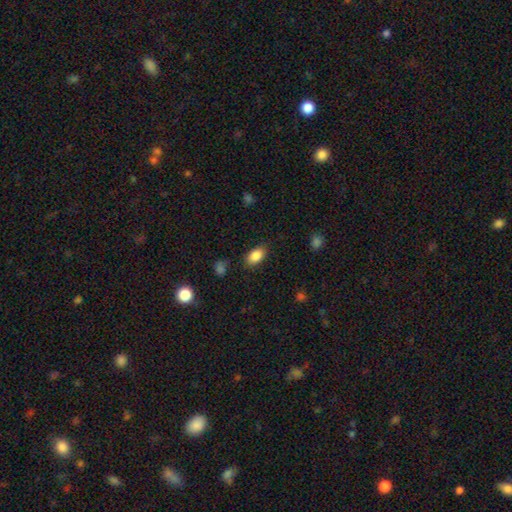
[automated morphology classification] This is clearly a smooth galaxy (86%). How rounded: clearly in between (88%). Merging: clearly none (83%).